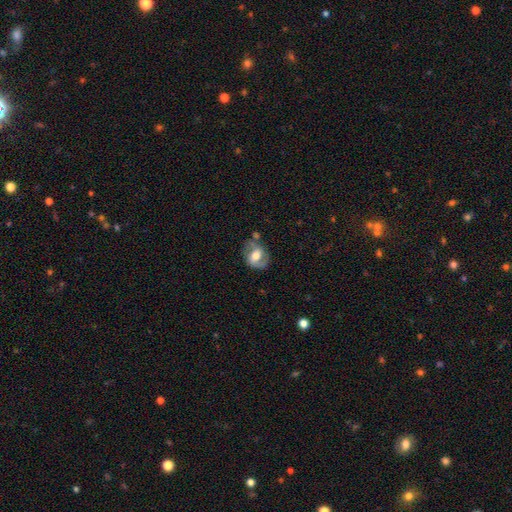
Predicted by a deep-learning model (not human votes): This appears to be a featured or disk galaxy (54%) with a weak bar (41%), spiral arms (66%) and a moderate central bulge (58%). Merging: none (55%).